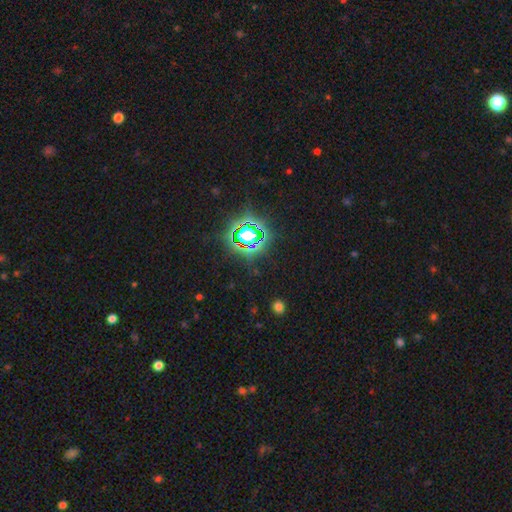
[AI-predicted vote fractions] Smooth or featured?
  - star or artifact: 83% *
  - smooth: 10%
  - featured or disk: 7%